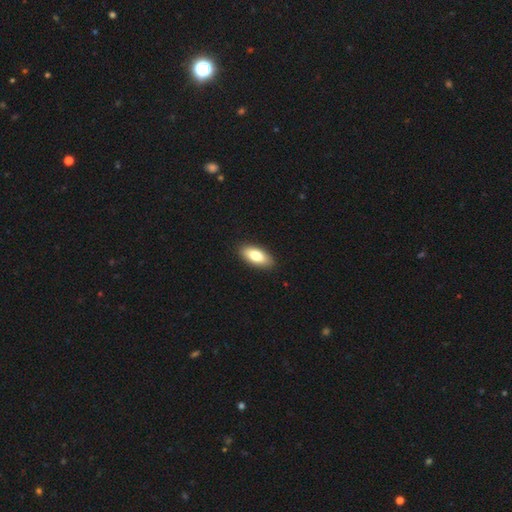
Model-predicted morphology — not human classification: Smooth or featured? Predicted: smooth (p=0.80). How rounded? Predicted: in between (p=0.86). Merging? Predicted: none (p=0.90).